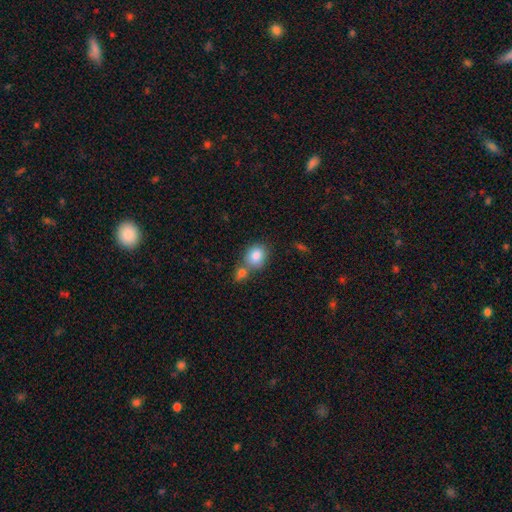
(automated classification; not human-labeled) A smooth galaxy with no disk features (84%) that is round (60%).

Vote fractions:
- Smooth or featured? smooth: 84% / star or artifact: 8% / featured or disk: 7%
- How rounded? round: 60% / in between: 39% / cigar-shaped: 1%
- Merging? none: 49% / merger: 36% / minor disturbance: 11% / major disturbance: 4%